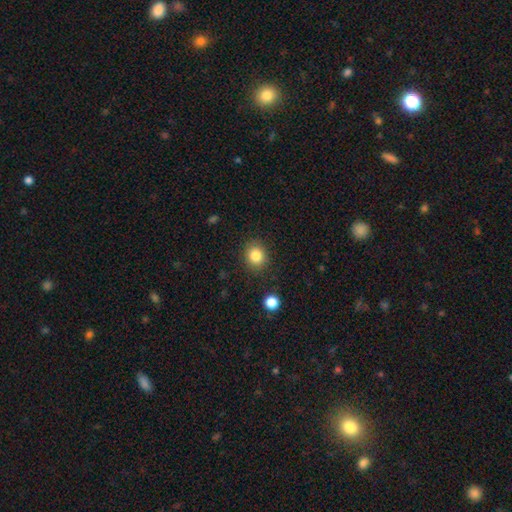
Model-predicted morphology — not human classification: smooth-or-featured: smooth: 84% | star or artifact: 10% | featured or disk: 6%
  how-rounded: round: 73% | in between: 26% | cigar-shaped: 1%
  merging: none: 86% | minor disturbance: 9% | major disturbance: 3% | merger: 2%